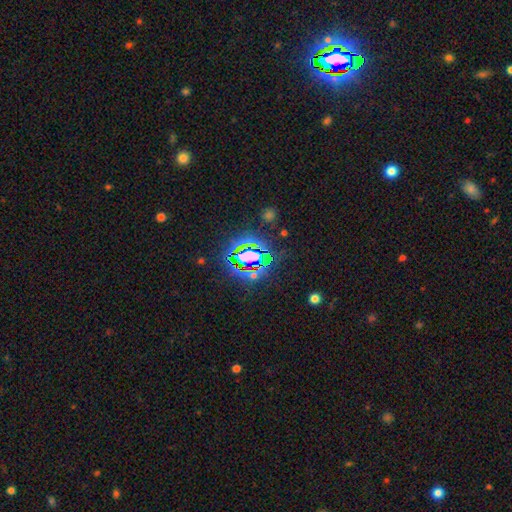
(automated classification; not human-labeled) star or artifact 71%, smooth 16%, featured or disk 12%.